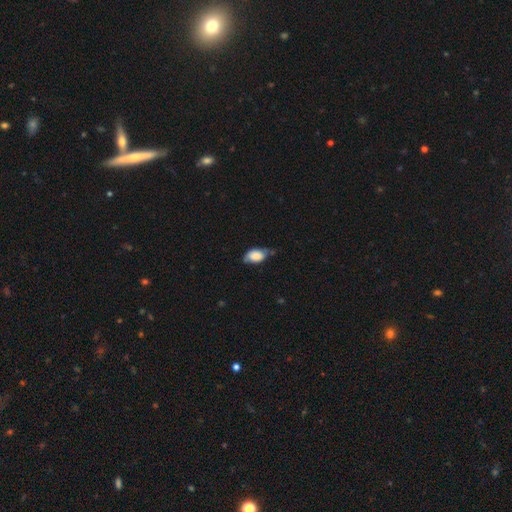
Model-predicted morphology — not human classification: Overall: smooth (73%). How rounded: in between (89%). Merging: none (45%; minor disturbance 40%).